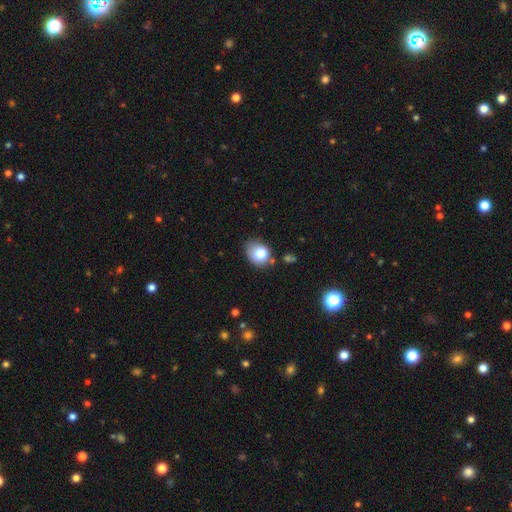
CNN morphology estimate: Smooth or featured? Predicted: smooth (p=0.76). How rounded? Predicted: round (p=0.56). Merging? Predicted: none (p=0.63).